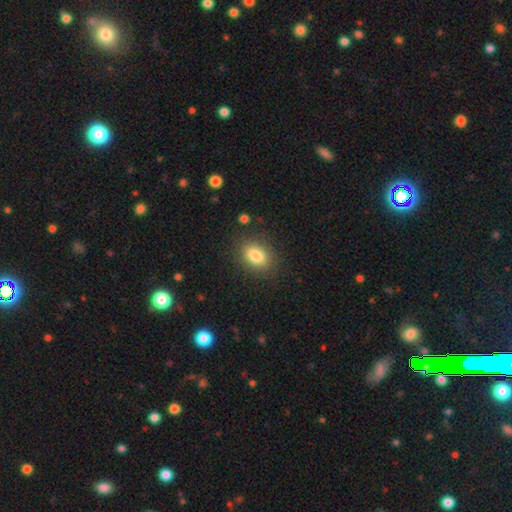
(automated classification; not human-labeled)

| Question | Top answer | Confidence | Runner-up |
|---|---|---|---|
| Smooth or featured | smooth | 84% | star or artifact (9%) |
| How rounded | in between | 79% | round (20%) |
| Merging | none | 84% | minor disturbance (11%) |